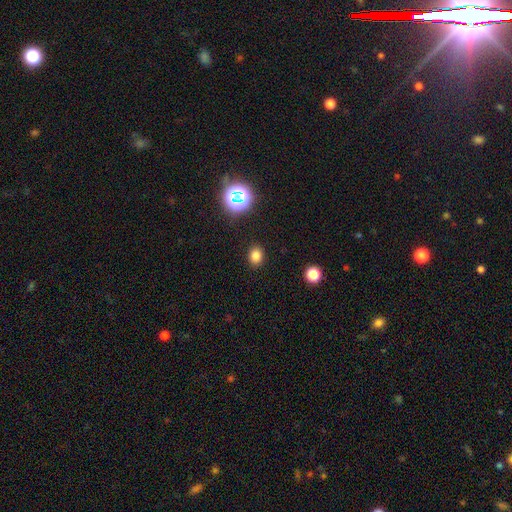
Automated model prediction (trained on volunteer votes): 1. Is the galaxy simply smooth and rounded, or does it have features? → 78% smooth, 17% star or artifact, 5% featured or disk.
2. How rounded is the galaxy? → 54% round, 45% in between, 1% cigar-shaped.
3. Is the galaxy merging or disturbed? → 89% none, 7% minor disturbance, 2% major disturbance, 1% merger.